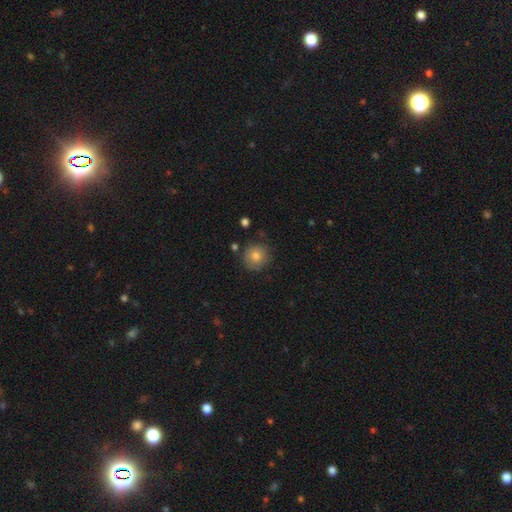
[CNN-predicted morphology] The model was most divided on "smooth or featured": smooth: 80%, featured or disk: 10%, star or artifact: 10%. More confident: how rounded — round (93%); merging — none (83%).